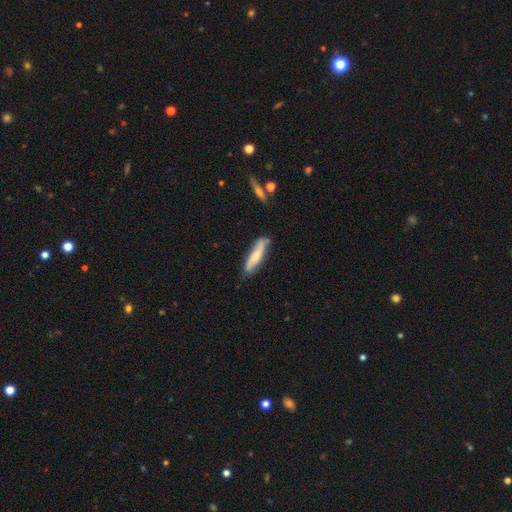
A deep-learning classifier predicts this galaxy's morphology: This appears to be a smooth galaxy with no disk features (59%) that is cigar-shaped (75%). Merging: none (72%).